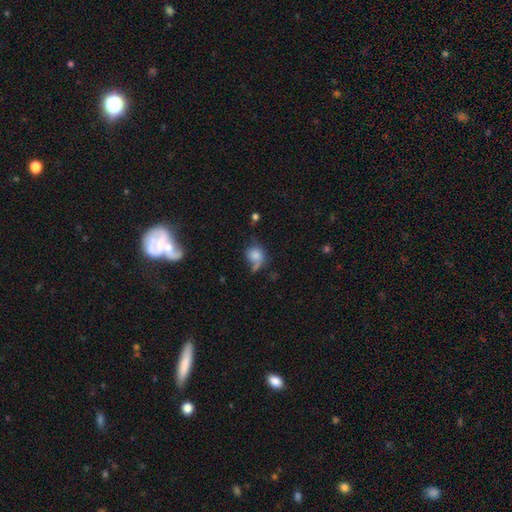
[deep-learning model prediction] A smooth galaxy with no disk features (75%) that is round (67%).

Vote fractions:
- Smooth or featured? smooth: 75% / featured or disk: 14% / star or artifact: 11%
- How rounded? round: 67% / in between: 31% / cigar-shaped: 2%
- Merging? none: 43% / minor disturbance: 25% / major disturbance: 19% / merger: 14%